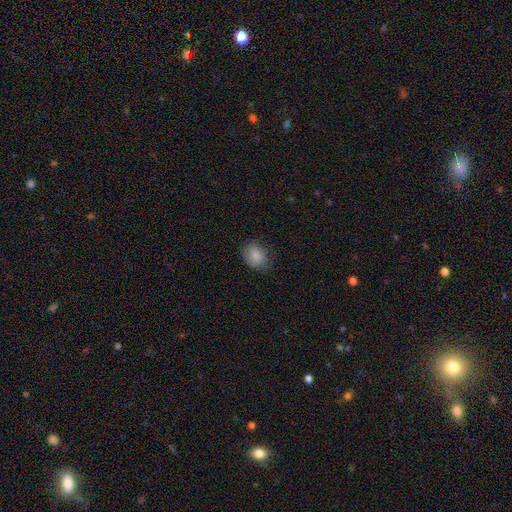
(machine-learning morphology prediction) The model was most divided on "how rounded": in between: 56%, round: 43%, cigar-shaped: 1%. More confident: smooth or featured — smooth (86%); merging — none (76%).